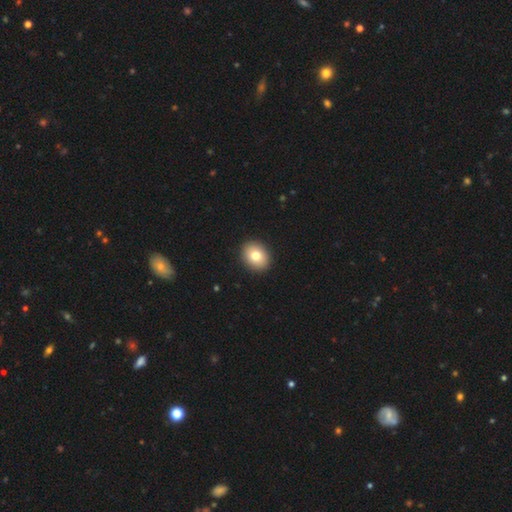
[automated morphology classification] This appears to be a smooth galaxy with no disk features (79%) that is round (52%). Merging: none (92%).